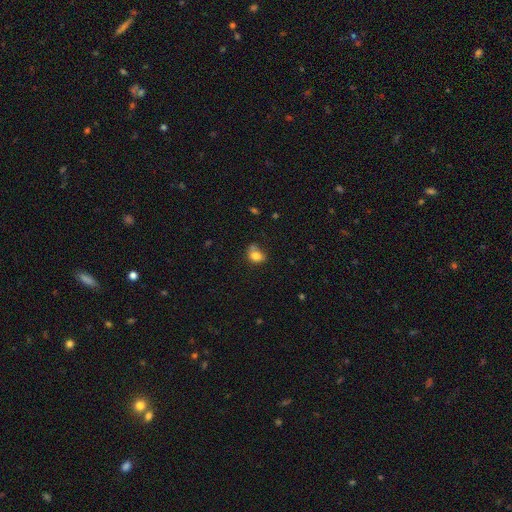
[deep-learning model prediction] The model was most divided on "how rounded": in between: 53%, round: 46%, cigar-shaped: 1%. Remaining: smooth or featured — smooth (79%); merging — none (46%).